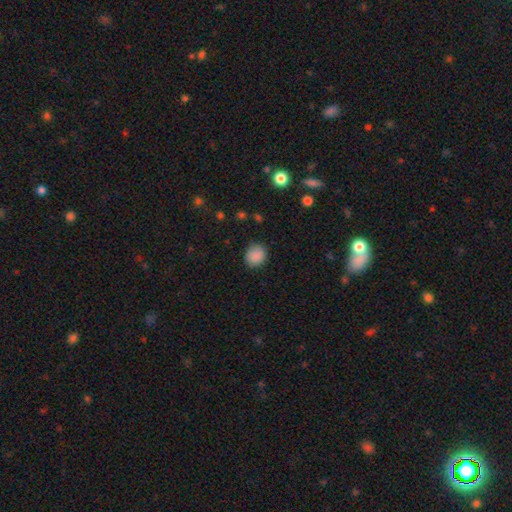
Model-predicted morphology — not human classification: Overall: smooth (88%). How rounded: round (70%). Merging: none (85%).